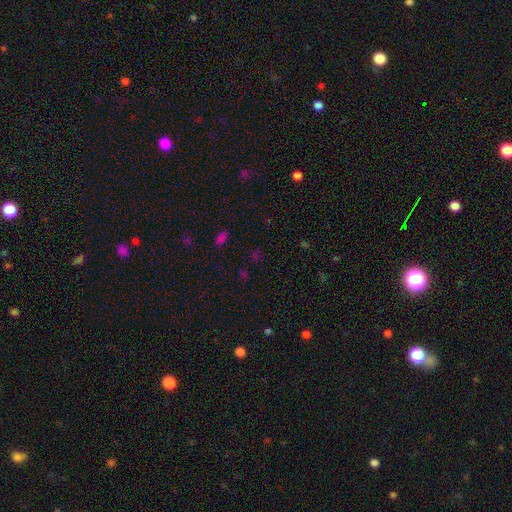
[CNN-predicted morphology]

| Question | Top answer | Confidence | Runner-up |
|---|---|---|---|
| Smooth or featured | star or artifact | 52% | smooth (40%) |